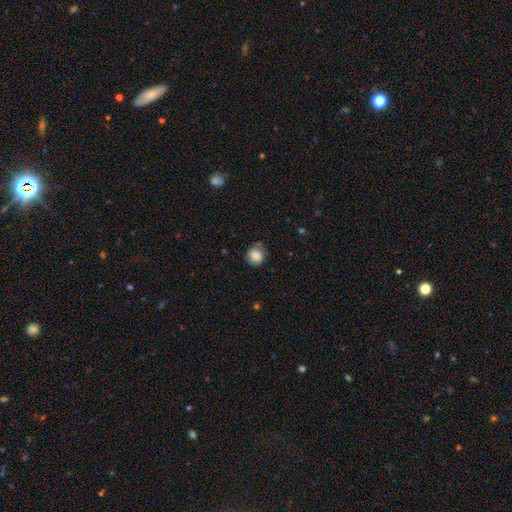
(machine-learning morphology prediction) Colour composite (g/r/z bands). It shows a smooth galaxy with no disk features (82%) that is round (80%). Merging: none (66%).